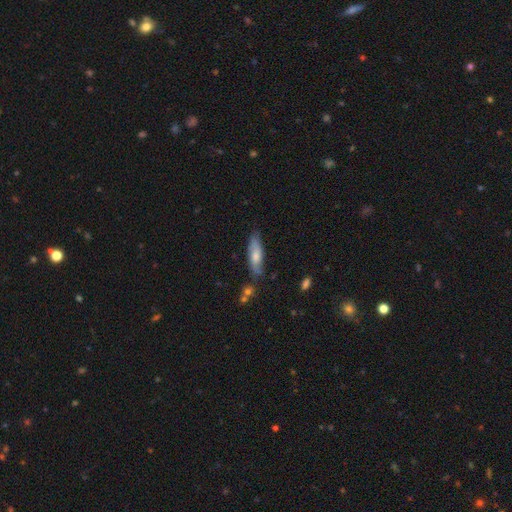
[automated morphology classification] smooth_or_featured: smooth (p=0.62) [alt: featured or disk p=0.32]
how_rounded: cigar-shaped (p=0.49) [tied with: in between p=0.49]
merging: none (p=0.71) [alt: minor disturbance p=0.22]